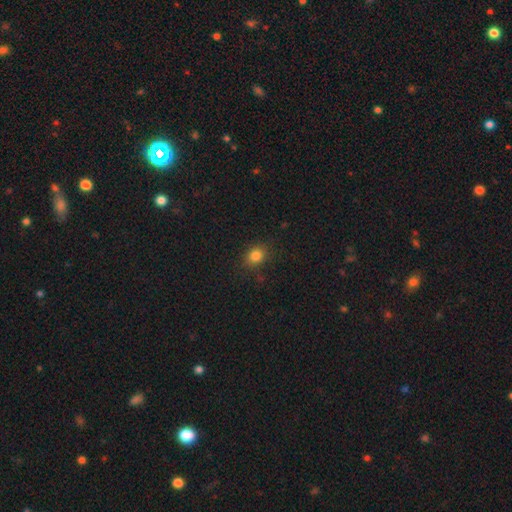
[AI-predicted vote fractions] Smooth or featured? Predicted: smooth (p=0.83). How rounded? Predicted: round (p=0.52). Merging? Predicted: none (p=0.83).